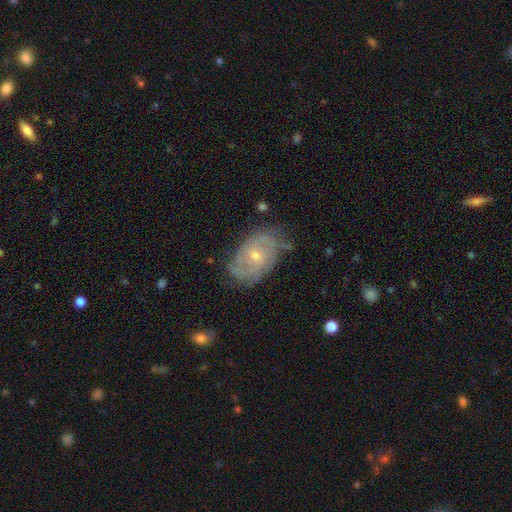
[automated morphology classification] This is likely a featured or disk galaxy (75%). It is clearly not viewed edge-on (96%). Bar: likely no (65%). Spiral arm pattern: clearly yes (88%). Spiral arm count: possibly 2 (45%). Spiral winding: marginally tight (45%). Central bulge: likely small (60%). Merging: likely none (67%).